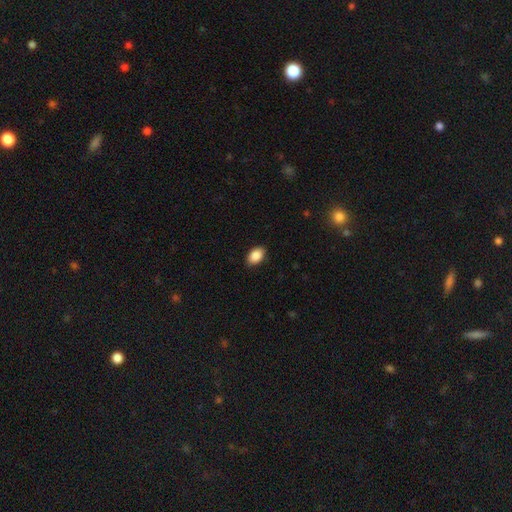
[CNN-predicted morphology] smooth_or_featured: smooth (p=0.89) [alt: star or artifact p=0.07]
how_rounded: in between (p=0.88) [alt: round p=0.11]
merging: none (p=0.88) [alt: minor disturbance p=0.09]